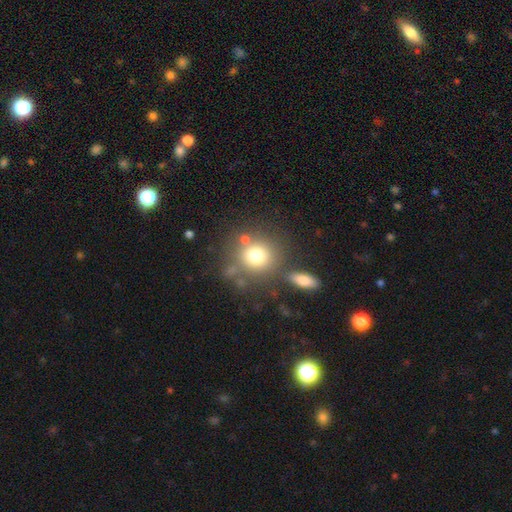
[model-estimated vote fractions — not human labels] Smooth or featured? smooth (75%)
How rounded? round (86%)
Merging? none (68%)